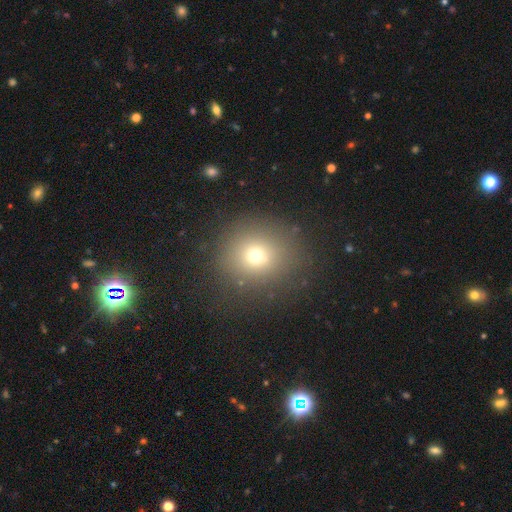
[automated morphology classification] Overall: smooth (68%). How rounded: round (87%). Merging: none (84%).